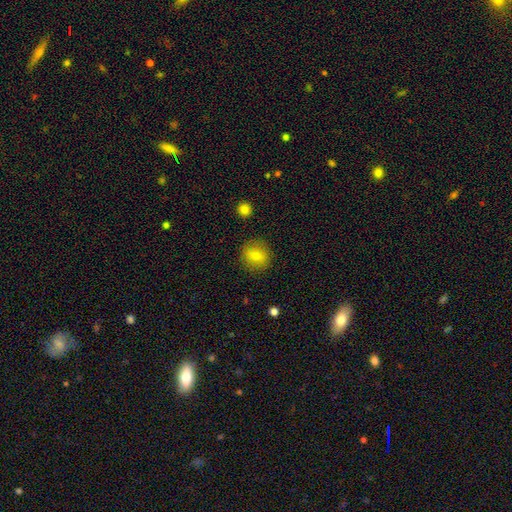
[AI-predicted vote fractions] Overall: smooth (76%). How rounded: round (86%). Merging: none (88%).